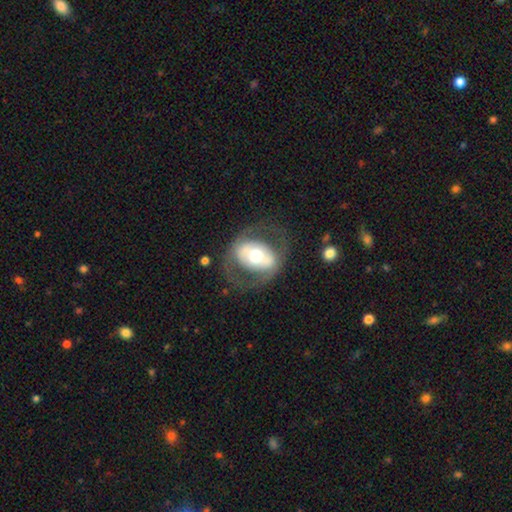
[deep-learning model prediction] Smooth or featured? Predicted: featured or disk (p=0.58). Edge-on disk? Predicted: no (p=0.92). Bar? Predicted: no (p=0.48). Spiral arms? Predicted: no (p=0.76). Bulge size? Predicted: moderate (p=0.63). Merging? Predicted: none (p=0.68).